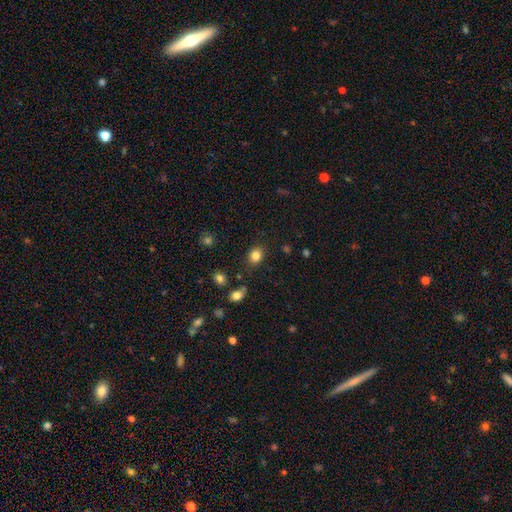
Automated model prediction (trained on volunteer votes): Smooth or featured? Predicted: smooth (p=0.83). How rounded? Predicted: round (p=0.55). Merging? Predicted: none (p=0.81).